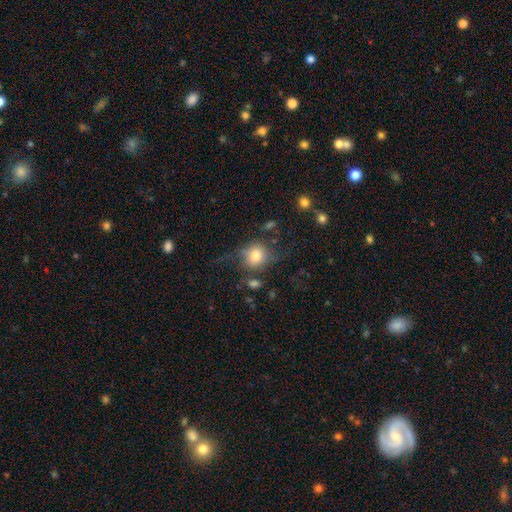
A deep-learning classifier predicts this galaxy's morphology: smooth 73%, featured or disk 17%, star or artifact 10%. Down the decision tree: how rounded — round (77%); merging — none (54%).